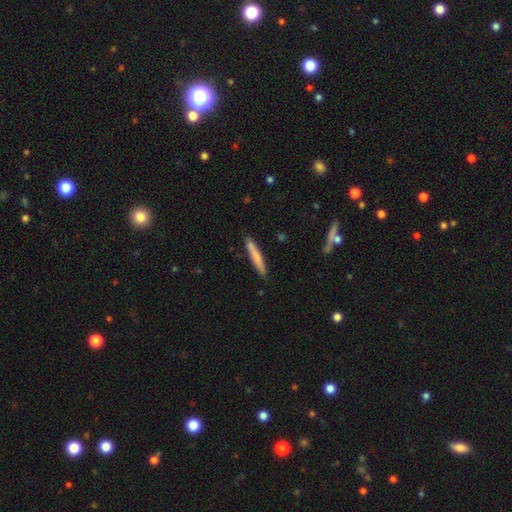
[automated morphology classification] Smooth or featured? smooth (71%)
How rounded? cigar-shaped (95%)
Merging? none (86%)